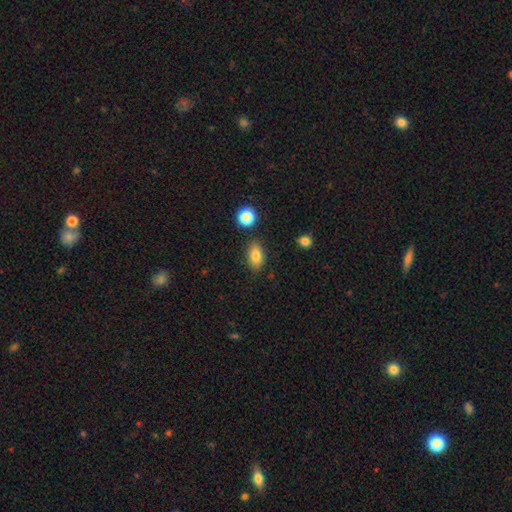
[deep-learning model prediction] Morphology: type=smooth (82%); roundness=in between (86%); merging=none (84%).